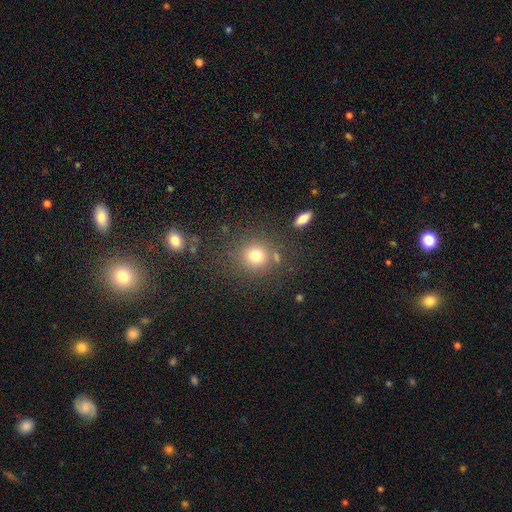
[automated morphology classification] This appears to be a smooth galaxy with no disk features (77%) that is round (89%). Merging: none (78%).